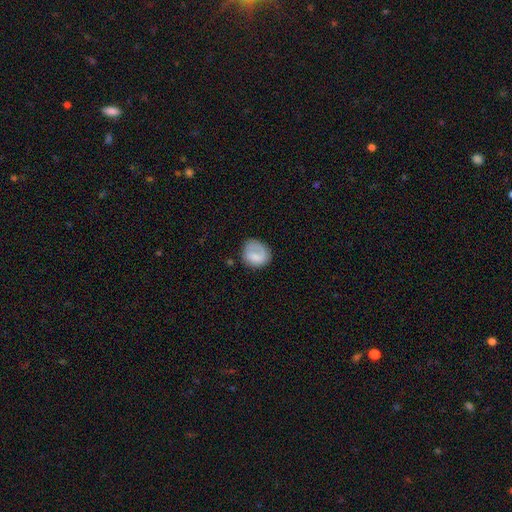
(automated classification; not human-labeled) Smooth or featured? smooth (72%)
How rounded? round (67%)
Merging? none (57%)